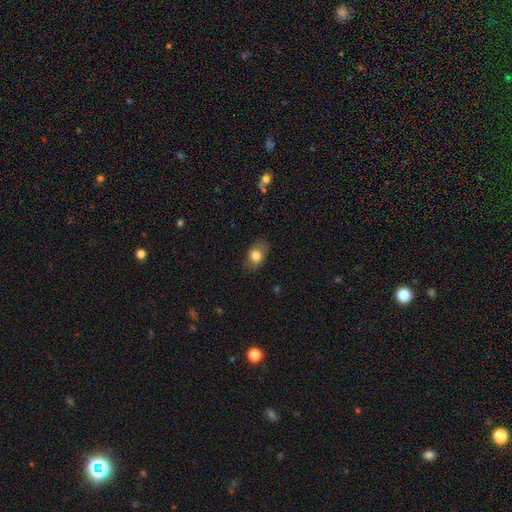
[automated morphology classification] type=smooth (78%); roundness=in between (81%); merging=none (80%).